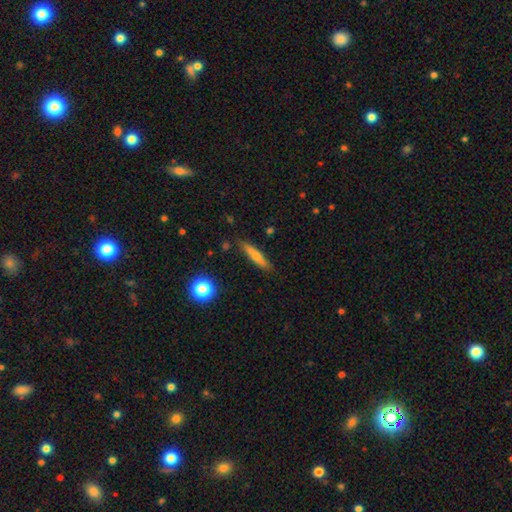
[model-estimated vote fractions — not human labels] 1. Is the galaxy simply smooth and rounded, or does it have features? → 65% smooth, 27% featured or disk, 8% star or artifact.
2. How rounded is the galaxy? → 85% cigar-shaped, 13% in between, 2% round.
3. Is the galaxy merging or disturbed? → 84% none, 12% minor disturbance, 2% major disturbance, 2% merger.